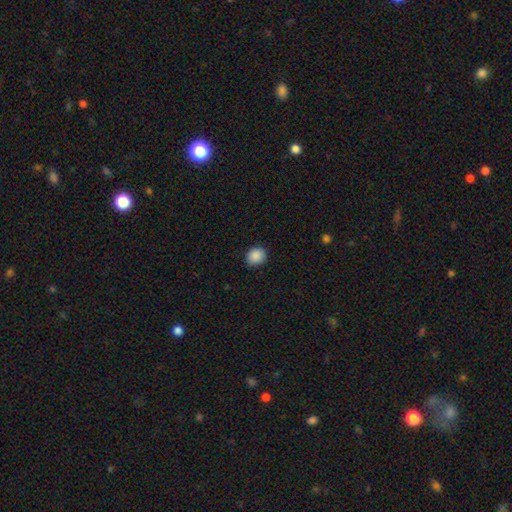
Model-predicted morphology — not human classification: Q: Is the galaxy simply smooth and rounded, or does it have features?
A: smooth — 89%.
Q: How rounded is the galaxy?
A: round — 66%.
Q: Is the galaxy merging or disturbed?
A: none — 85%.